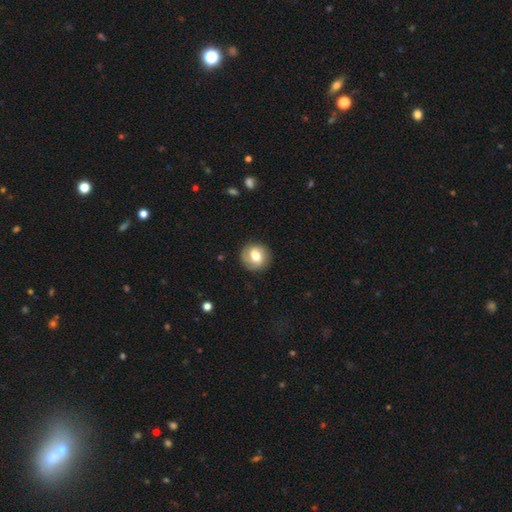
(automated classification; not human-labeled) smooth 59%, featured or disk 33%, star or artifact 8%. Down the decision tree: how rounded — round (88%); merging — none (86%).